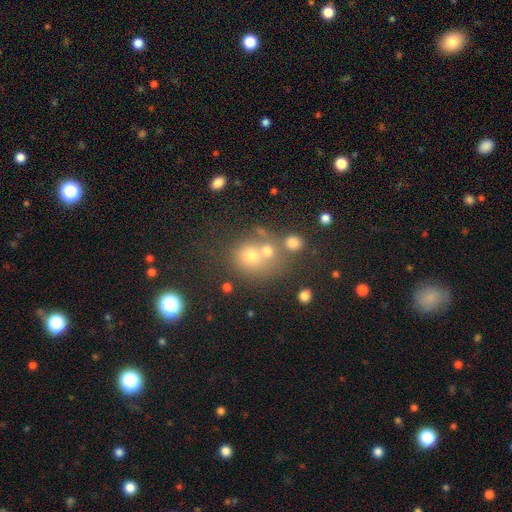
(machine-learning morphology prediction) smooth_or_featured: smooth (p=0.59) [alt: star or artifact p=0.23]
how_rounded: round (p=0.74) [alt: in between p=0.25]
merging: none (p=0.44) [alt: merger p=0.39]